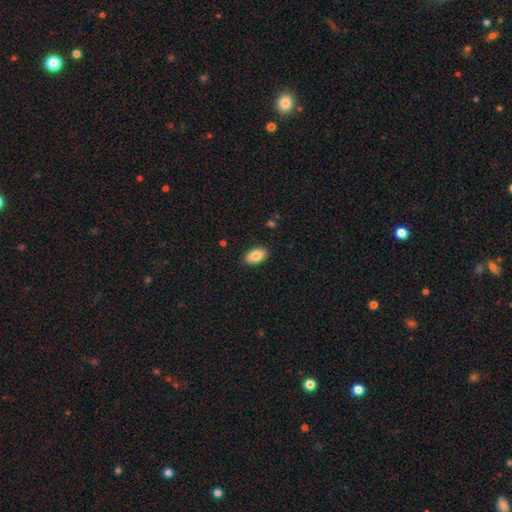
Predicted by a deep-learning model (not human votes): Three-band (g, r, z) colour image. It shows a smooth galaxy with no disk features (85%) that is in between round and cigar-shaped (94%). Merging: none (89%).